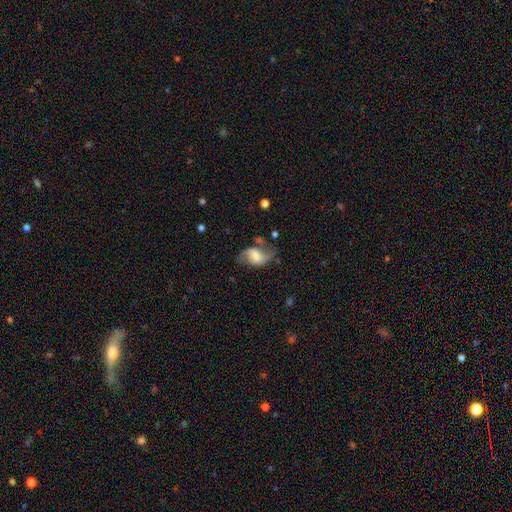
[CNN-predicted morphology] Q: Smooth or featured?
A: featured or disk (68%); runner-up: smooth (24%)
Q: Edge-on disk?
A: no (97%); runner-up: yes (3%)
Q: Bar?
A: weak (45%); runner-up: no (36%)
Q: Spiral arms?
A: yes (90%); runner-up: no (10%)
Q: Spiral winding?
A: loose (60%); runner-up: medium (32%)
Q: Spiral arm count?
A: 2 (88%); runner-up: 1 (5%)
Q: Bulge size?
A: moderate (32%); runner-up: small (26%)
Q: Merging?
A: none (58%); runner-up: minor disturbance (22%)